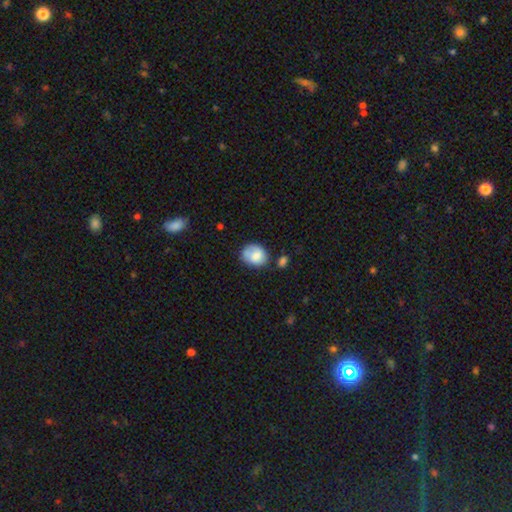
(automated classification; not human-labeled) Smooth or featured?
  - smooth: 70% *
  - featured or disk: 23%
  - star or artifact: 8%
How rounded?
  - round: 55% *
  - in between: 44%
  - cigar-shaped: 1%
Merging?
  - none: 50% *
  - minor disturbance: 27%
  - major disturbance: 11%
  - merger: 11%